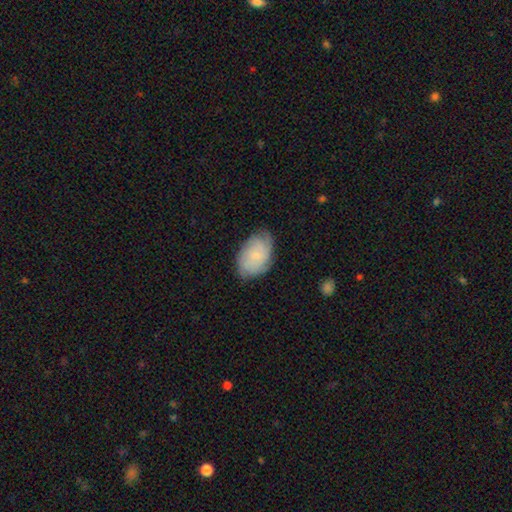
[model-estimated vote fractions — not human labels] Smooth or featured?
  - smooth: 50% *
  - featured or disk: 43%
  - star or artifact: 7%
How rounded?
  - in between: 89% *
  - round: 9%
  - cigar-shaped: 1%
Merging?
  - none: 71% *
  - minor disturbance: 23%
  - major disturbance: 5%
  - merger: 1%